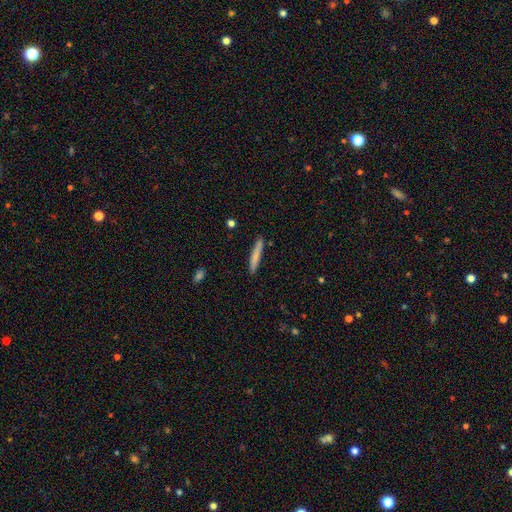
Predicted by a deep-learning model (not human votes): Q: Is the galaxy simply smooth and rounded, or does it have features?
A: smooth — 77%.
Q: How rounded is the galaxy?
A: cigar-shaped — 95%.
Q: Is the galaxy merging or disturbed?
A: none — 88%.